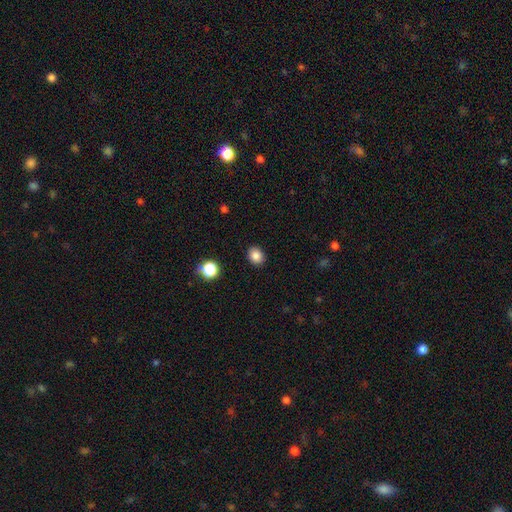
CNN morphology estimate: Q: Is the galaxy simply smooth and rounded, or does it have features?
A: smooth — 85%.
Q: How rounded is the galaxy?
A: round — 57%.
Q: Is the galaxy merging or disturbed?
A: none — 90%.